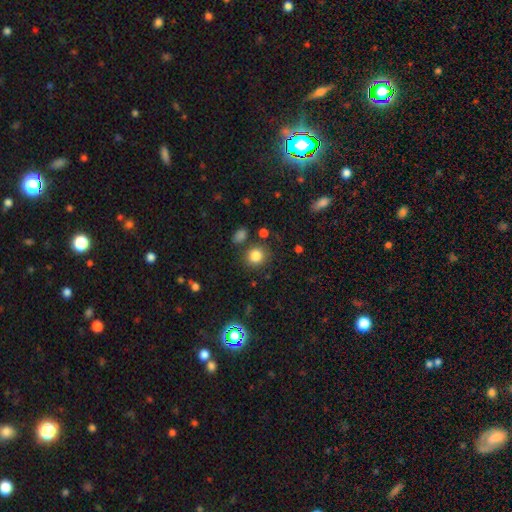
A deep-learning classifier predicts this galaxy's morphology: type=smooth (83%); roundness=round (84%); merging=none (81%).